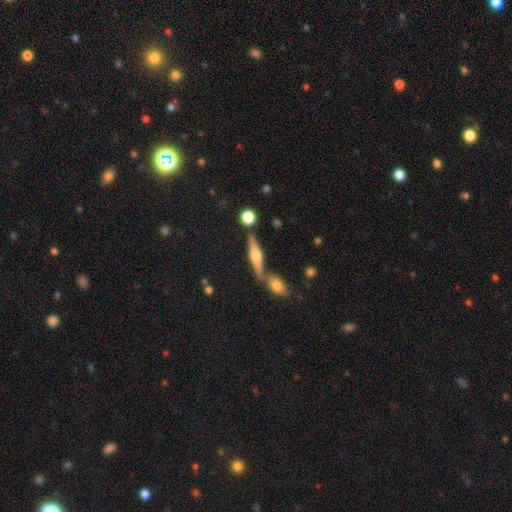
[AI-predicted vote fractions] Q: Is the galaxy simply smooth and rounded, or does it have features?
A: featured or disk — 56%.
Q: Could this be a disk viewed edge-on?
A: yes — 93%.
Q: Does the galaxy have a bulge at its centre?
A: rounded — 86%.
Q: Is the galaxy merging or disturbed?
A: none — 60%.